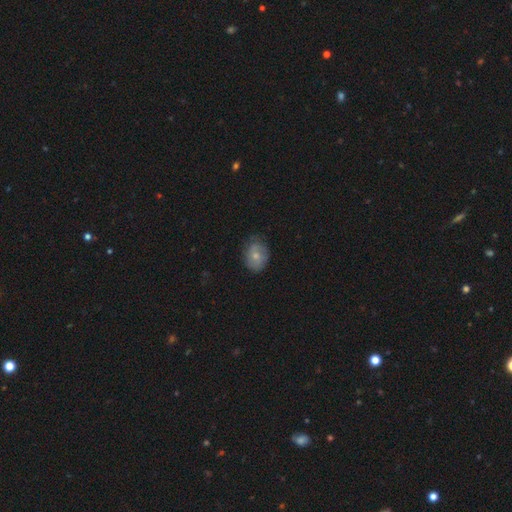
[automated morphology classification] Smooth or featured: smooth — 64% (featured or disk — 29%)
How rounded: in between — 53% (round — 46%)
Merging: none — 68% (minor disturbance — 25%)